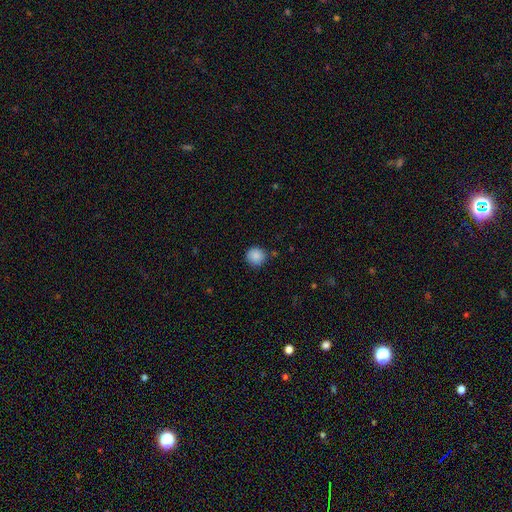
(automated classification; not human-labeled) Smooth or featured? smooth (88%)
How rounded? round (93%)
Merging? none (85%)